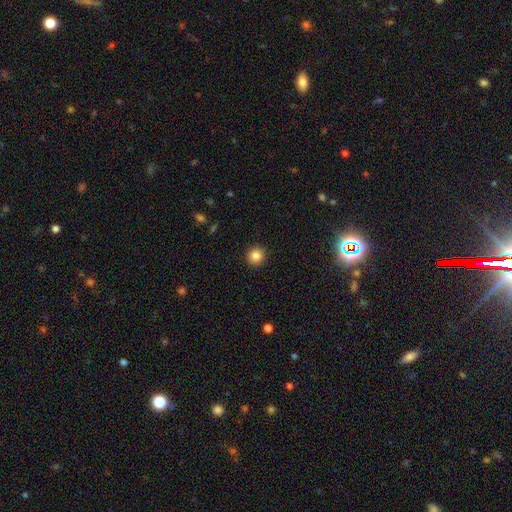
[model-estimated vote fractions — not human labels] Smooth or featured?
  - smooth: 85% *
  - star or artifact: 10%
  - featured or disk: 5%
How rounded?
  - round: 94% *
  - in between: 5%
  - cigar-shaped: 1%
Merging?
  - none: 93% *
  - minor disturbance: 5%
  - major disturbance: 2%
  - merger: 1%